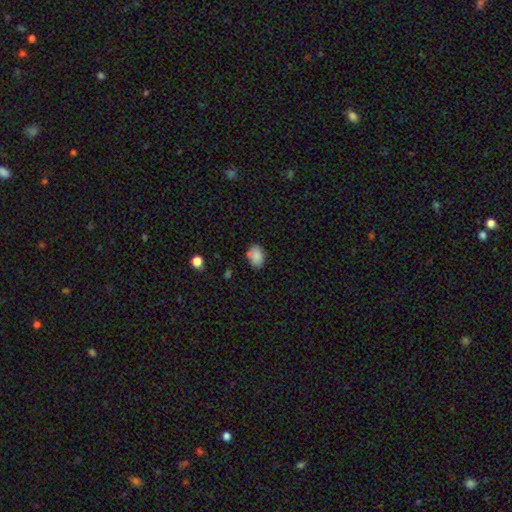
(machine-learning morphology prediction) Smooth or featured? smooth (85%)
How rounded? in between (77%)
Merging? none (72%)